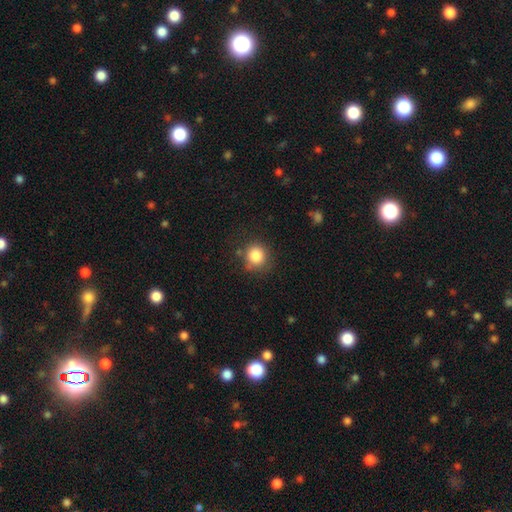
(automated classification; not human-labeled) Smooth or featured? smooth (84%)
How rounded? round (89%)
Merging? none (77%)